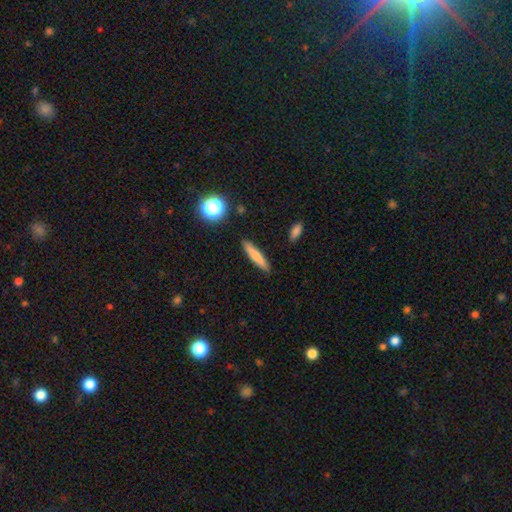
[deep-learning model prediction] Smooth or featured: smooth — 73% (featured or disk — 19%)
How rounded: cigar-shaped — 87% (in between — 11%)
Merging: none — 89% (minor disturbance — 8%)